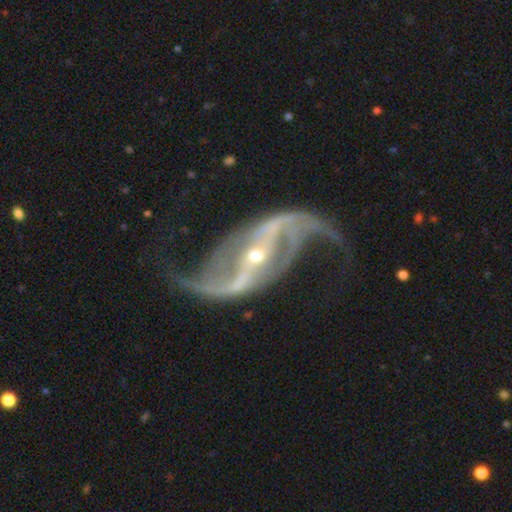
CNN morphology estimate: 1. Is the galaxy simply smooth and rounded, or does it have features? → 93% featured or disk, 5% star or artifact, 2% smooth.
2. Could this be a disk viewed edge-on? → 96% no, 4% yes.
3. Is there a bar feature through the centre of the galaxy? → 67% strong, 21% weak, 12% no.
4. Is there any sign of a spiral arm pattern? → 98% yes, 2% no.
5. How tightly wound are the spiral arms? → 72% loose, 21% medium, 6% tight.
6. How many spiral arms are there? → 94% 2, 1% can't tell, 1% 1, 1% 3, 1% 4, 1% more than 4.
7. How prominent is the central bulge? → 71% small, 26% moderate, 1% large, 1% none, 1% dominant.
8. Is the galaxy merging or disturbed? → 68% none, 15% minor disturbance, 14% major disturbance, 3% merger.